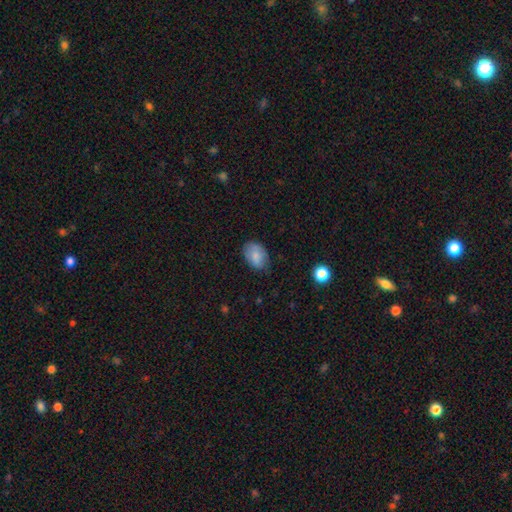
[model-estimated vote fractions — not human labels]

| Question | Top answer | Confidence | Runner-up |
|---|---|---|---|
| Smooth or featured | smooth | 81% | featured or disk (11%) |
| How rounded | in between | 84% | round (14%) |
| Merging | none | 70% | minor disturbance (24%) |